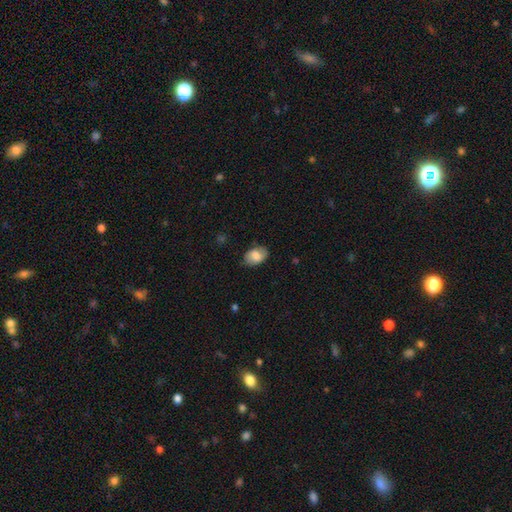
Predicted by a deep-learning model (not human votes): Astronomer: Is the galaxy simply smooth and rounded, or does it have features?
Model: smooth — 72%.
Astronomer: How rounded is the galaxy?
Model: in between — 84%.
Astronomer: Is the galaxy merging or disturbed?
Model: none — 73%.